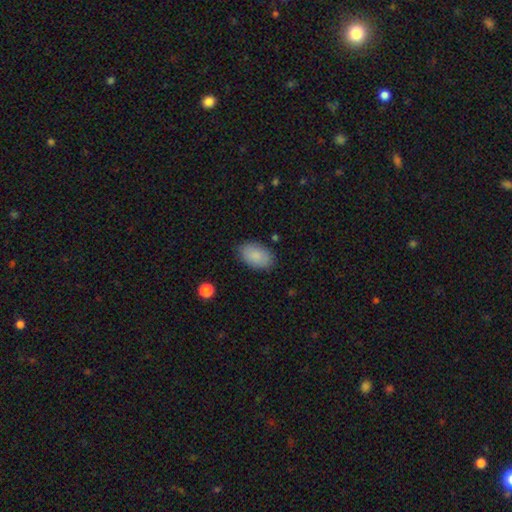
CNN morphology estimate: Smooth or featured? Predicted: smooth (p=0.87). How rounded? Predicted: in between (p=0.92). Merging? Predicted: none (p=0.85).